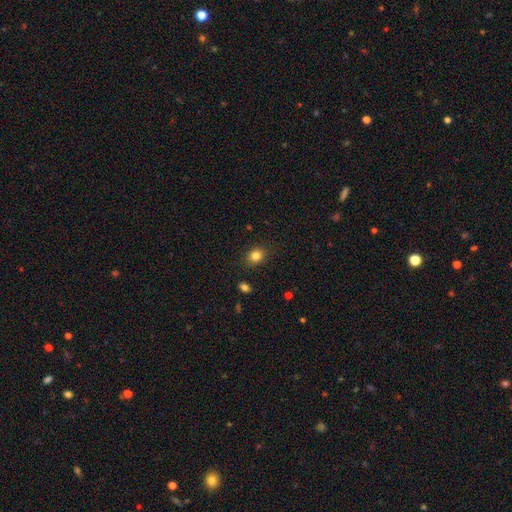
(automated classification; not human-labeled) Smooth or featured? smooth (83%)
How rounded? round (52%)
Merging? none (87%)